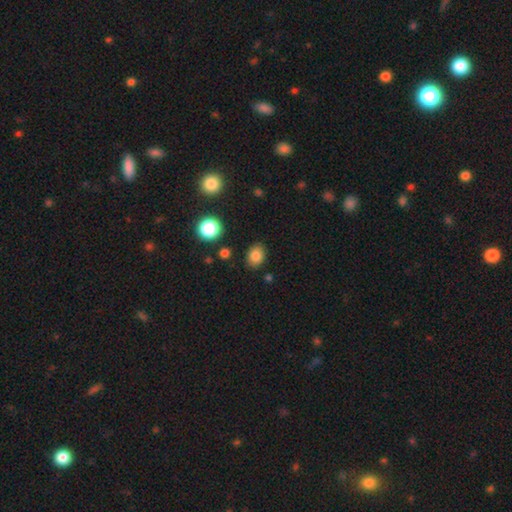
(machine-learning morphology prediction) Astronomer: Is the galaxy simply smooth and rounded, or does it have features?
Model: smooth — 83%.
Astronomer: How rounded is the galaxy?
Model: in between — 65%.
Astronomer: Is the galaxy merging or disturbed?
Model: none — 86%.